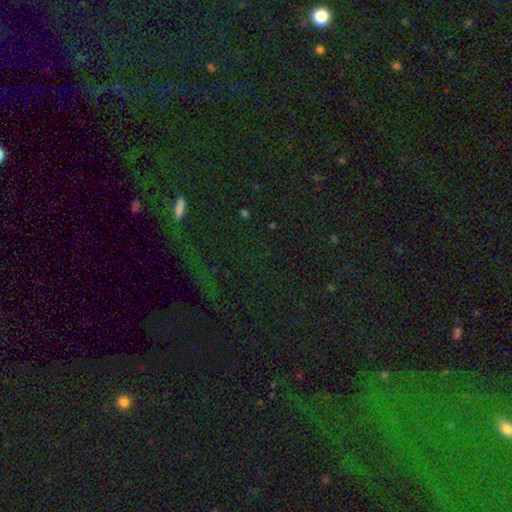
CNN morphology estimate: type=star or artifact (75%).